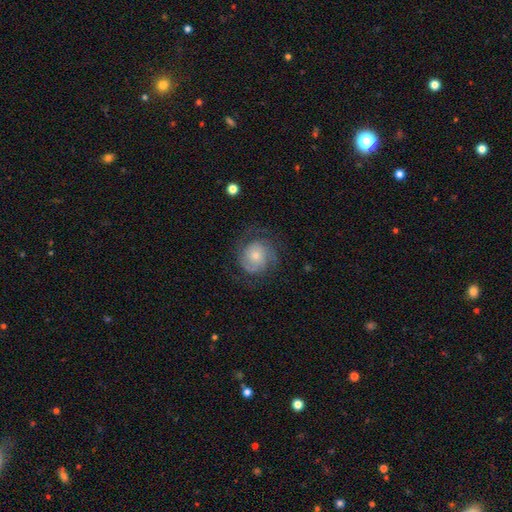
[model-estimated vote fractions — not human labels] This is likely a featured or disk galaxy (64%). It is clearly not viewed edge-on (98%). Bar: likely no (77%). Spiral arm pattern: clearly yes (89%). Spiral arm count: possibly 2 (45%). Spiral winding: possibly tight (49%). Central bulge: possibly small (47%). Merging: likely none (65%).